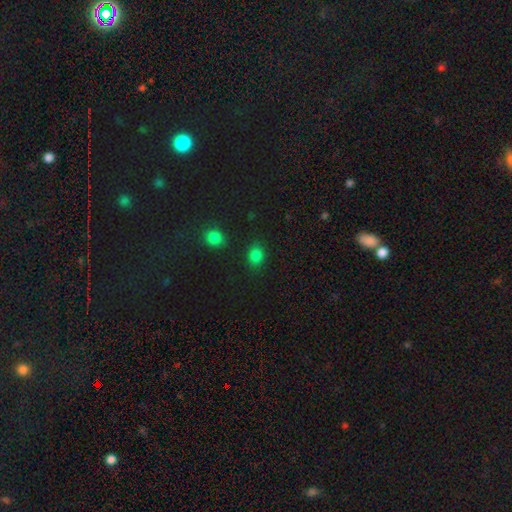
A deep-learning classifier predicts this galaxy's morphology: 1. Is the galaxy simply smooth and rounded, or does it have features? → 81% smooth, 16% star or artifact, 4% featured or disk.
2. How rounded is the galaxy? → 59% round, 40% in between, 1% cigar-shaped.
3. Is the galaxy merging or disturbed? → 84% none, 10% minor disturbance, 3% merger, 3% major disturbance.